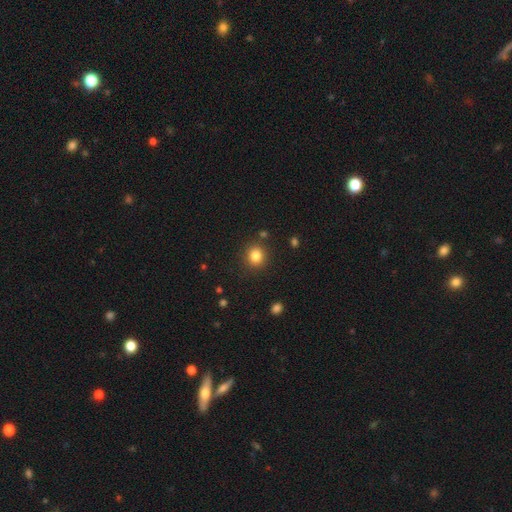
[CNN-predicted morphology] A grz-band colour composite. It shows a smooth galaxy with no disk features (83%) that is round (87%). Merging: none (88%).